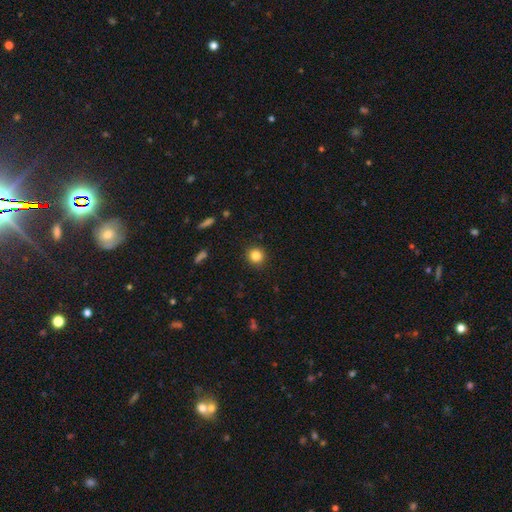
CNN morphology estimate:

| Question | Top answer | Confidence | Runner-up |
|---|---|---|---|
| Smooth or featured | smooth | 84% | star or artifact (11%) |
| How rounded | round | 92% | in between (7%) |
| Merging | none | 92% | minor disturbance (5%) |